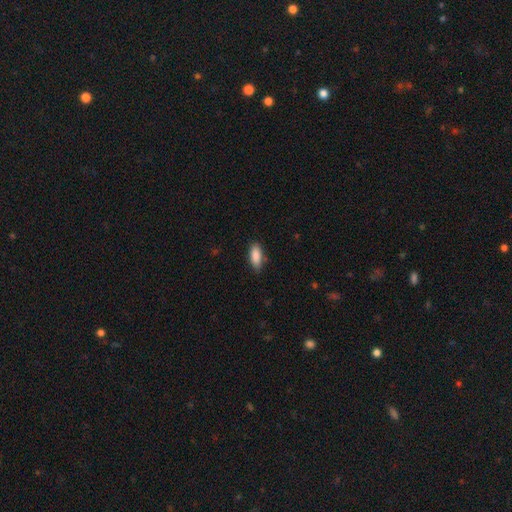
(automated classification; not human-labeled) Smooth or featured? Predicted: smooth (p=0.88). How rounded? Predicted: in between (p=0.83). Merging? Predicted: none (p=0.79).